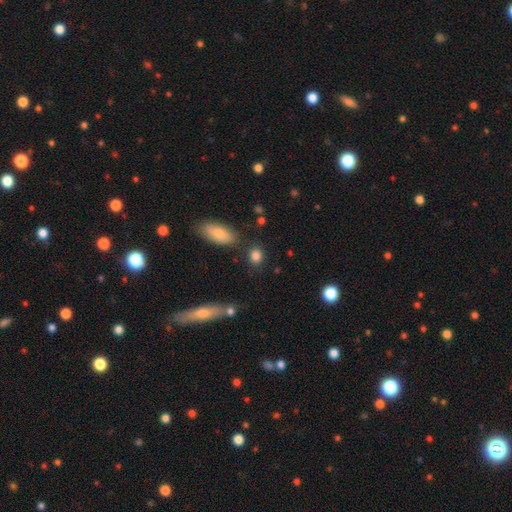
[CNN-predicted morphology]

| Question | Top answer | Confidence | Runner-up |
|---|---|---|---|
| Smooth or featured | smooth | 85% | star or artifact (10%) |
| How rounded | in between | 51% | round (46%) |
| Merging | none | 78% | minor disturbance (12%) |